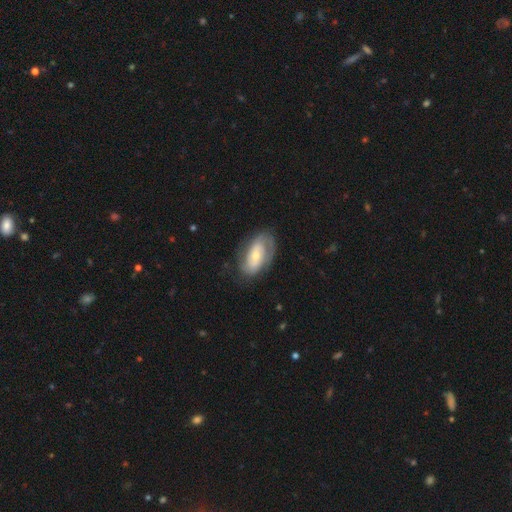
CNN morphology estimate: Smooth or featured? Predicted: featured or disk (p=0.70). Edge-on disk? Predicted: no (p=0.95). Bar? Predicted: no (p=0.54). Spiral arms? Predicted: yes (p=0.82). Spiral winding? Predicted: tight (p=0.51). Spiral arm count? Predicted: 2 (p=0.56). Bulge size? Predicted: moderate (p=0.51). Merging? Predicted: none (p=0.69).